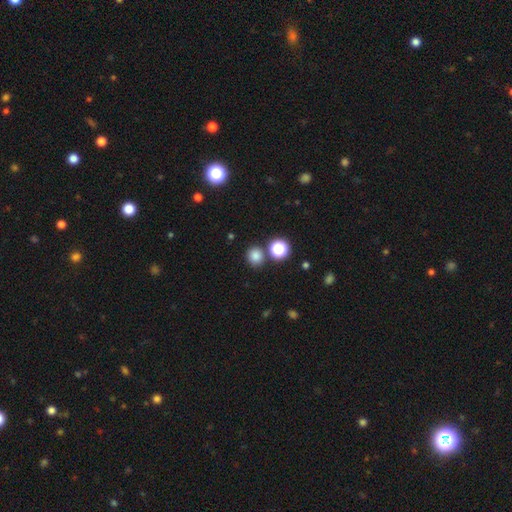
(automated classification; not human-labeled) Smooth or featured? Predicted: smooth (p=0.79). How rounded? Predicted: round (p=0.85). Merging? Predicted: none (p=0.79).